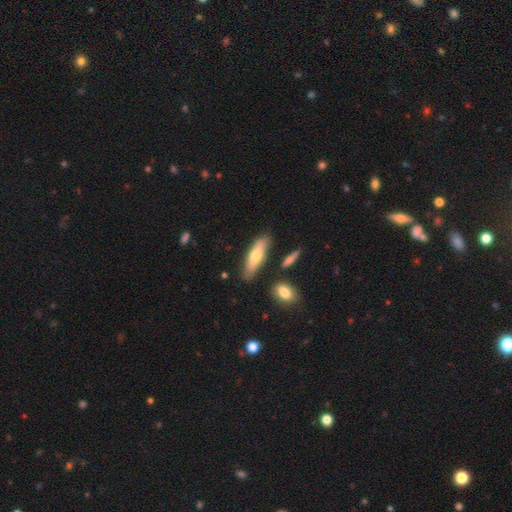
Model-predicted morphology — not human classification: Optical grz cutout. It shows a smooth galaxy with no disk features (65%) that is cigar-shaped (55%). Merging: none (78%).